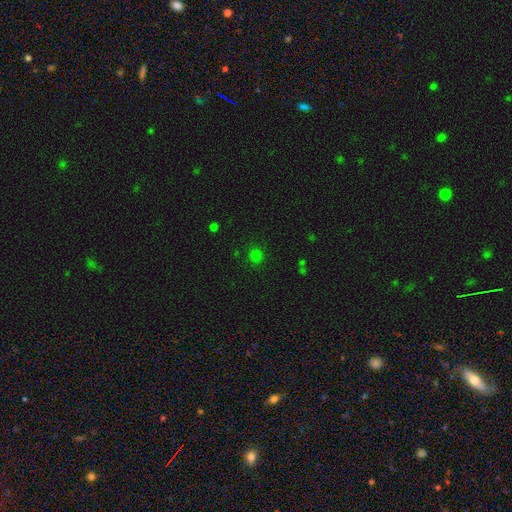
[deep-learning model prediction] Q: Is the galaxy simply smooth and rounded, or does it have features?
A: smooth — 74%.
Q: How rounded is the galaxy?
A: round — 88%.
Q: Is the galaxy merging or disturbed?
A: none — 87%.